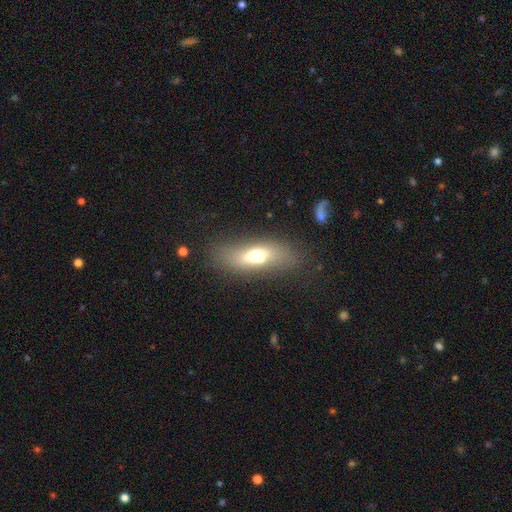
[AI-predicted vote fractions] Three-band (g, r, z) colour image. It shows a smooth galaxy with no disk features (53%) that is in between round and cigar-shaped (67%). Merging: none (68%).